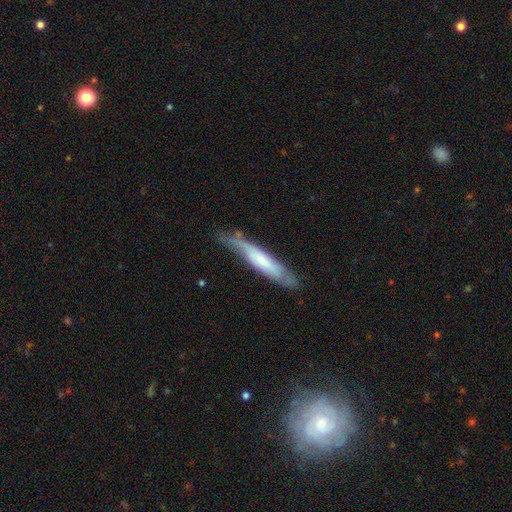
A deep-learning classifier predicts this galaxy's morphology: This appears to be a featured or disk galaxy (52%) viewed edge-on (74%). Merging: none (66%).